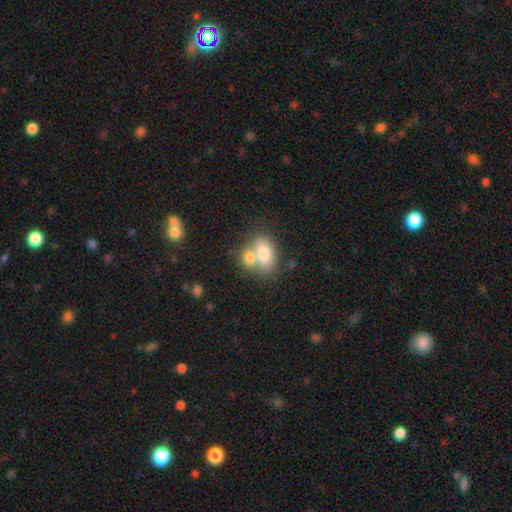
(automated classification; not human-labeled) This appears to be a smooth galaxy with no disk features (74%) that is in between round and cigar-shaped (82%). Merging: merger (53%).